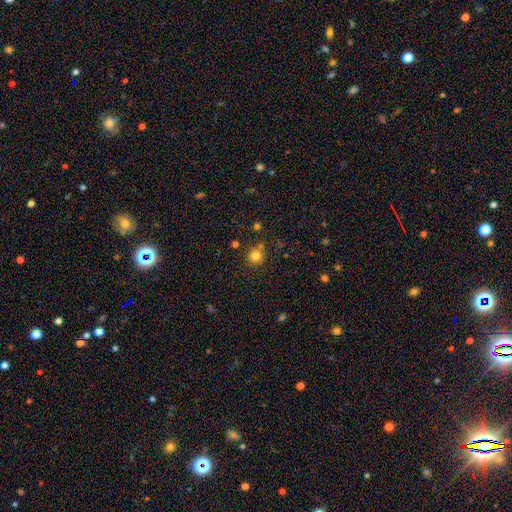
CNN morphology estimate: Smooth or featured? Predicted: smooth (p=0.80). How rounded? Predicted: round (p=0.91). Merging? Predicted: none (p=0.78).